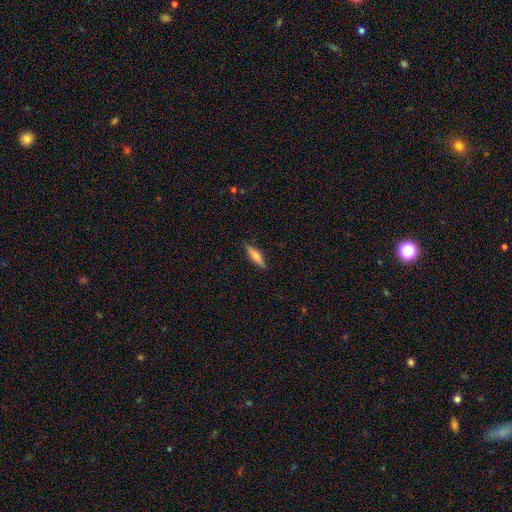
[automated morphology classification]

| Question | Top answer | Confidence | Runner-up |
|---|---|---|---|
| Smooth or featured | smooth | 54% | featured or disk (39%) |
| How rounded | cigar-shaped | 72% | in between (26%) |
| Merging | none | 87% | minor disturbance (10%) |